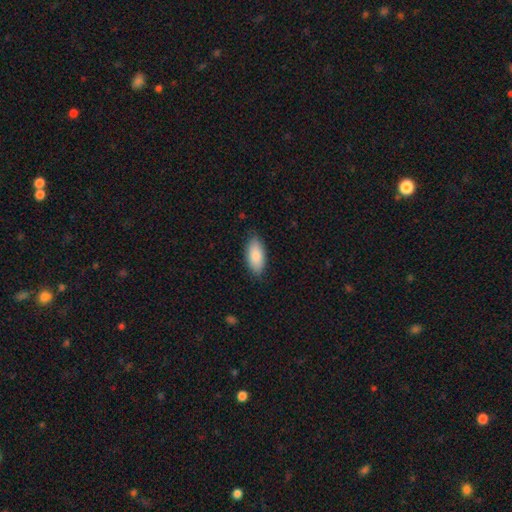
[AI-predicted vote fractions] A smooth galaxy with no disk features (87%) that is in between round and cigar-shaped (89%).

Vote fractions:
- Smooth or featured? smooth: 87% / featured or disk: 7% / star or artifact: 6%
- How rounded? in between: 89% / cigar-shaped: 9% / round: 2%
- Merging? none: 84% / minor disturbance: 13% / major disturbance: 2% / merger: 1%